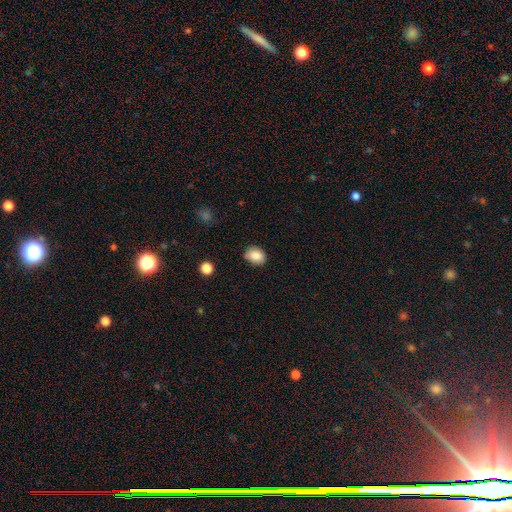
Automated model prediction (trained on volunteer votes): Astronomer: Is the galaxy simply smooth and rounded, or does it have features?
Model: smooth — 87%.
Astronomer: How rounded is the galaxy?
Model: in between — 59% (runner-up: round, 40%).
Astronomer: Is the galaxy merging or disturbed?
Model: none — 75%.